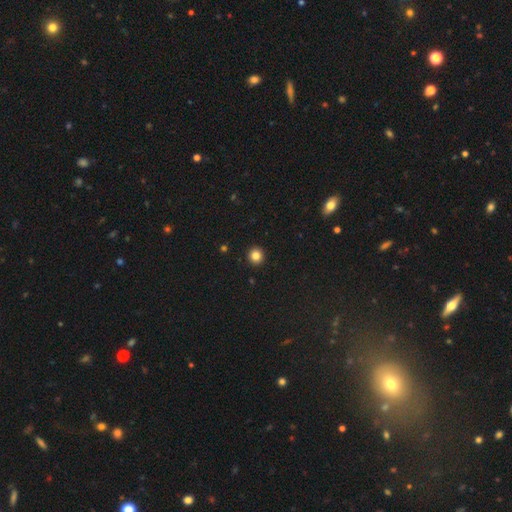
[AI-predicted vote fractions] smooth 83%, star or artifact 12%, featured or disk 5%. Down the decision tree: how rounded — round (93%); merging — none (94%).